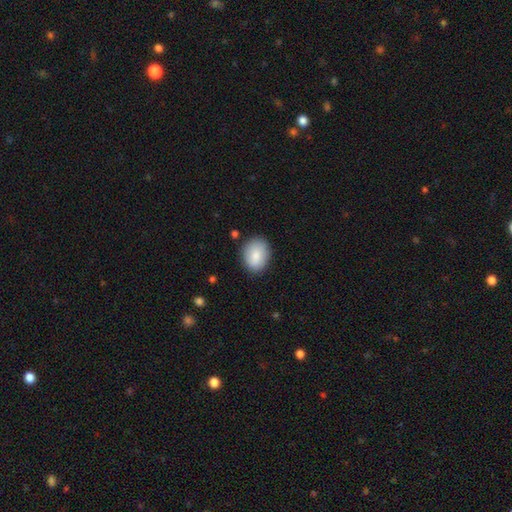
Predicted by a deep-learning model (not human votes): This appears to be a smooth galaxy with no disk features (86%) that is in between round and cigar-shaped (65%). Merging: none (83%).